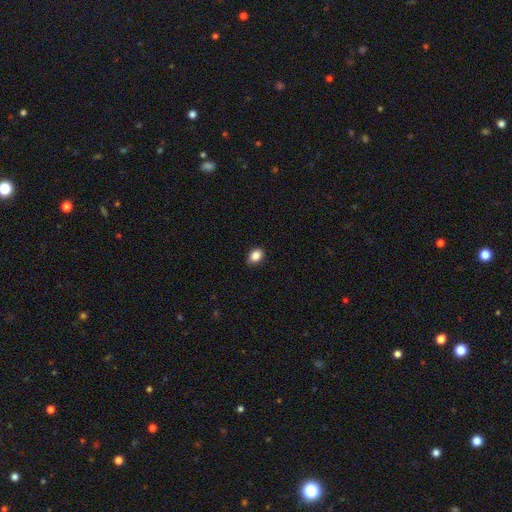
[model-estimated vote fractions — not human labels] smooth-or-featured: smooth: 88% | star or artifact: 8% | featured or disk: 4%
  how-rounded: in between: 78% | round: 21% | cigar-shaped: 1%
  merging: none: 81% | minor disturbance: 16% | major disturbance: 2% | merger: 1%